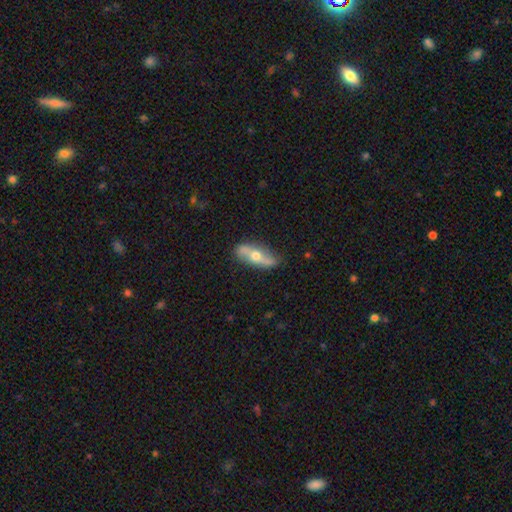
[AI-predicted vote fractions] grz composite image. It shows a featured or disk galaxy (54%). Merging: none (79%).